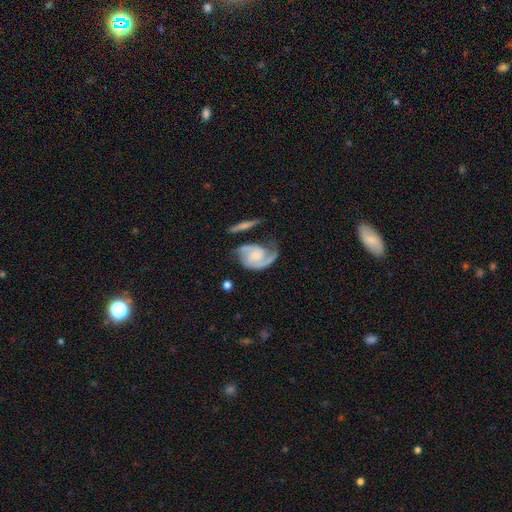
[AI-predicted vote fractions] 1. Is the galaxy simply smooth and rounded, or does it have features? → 85% featured or disk, 10% smooth, 5% star or artifact.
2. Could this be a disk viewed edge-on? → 97% no, 3% yes.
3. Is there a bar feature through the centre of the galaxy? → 62% no, 32% weak, 7% strong.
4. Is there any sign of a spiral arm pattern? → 96% yes, 4% no.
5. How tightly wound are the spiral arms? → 48% medium, 34% tight, 17% loose.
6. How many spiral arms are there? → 77% 2, 14% 1, 5% can't tell, 3% 3, 1% 4, 1% more than 4.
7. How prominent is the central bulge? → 38% small, 28% none, 26% moderate, 6% large, 2% dominant.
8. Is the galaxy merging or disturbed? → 54% none, 23% minor disturbance, 16% major disturbance, 7% merger.